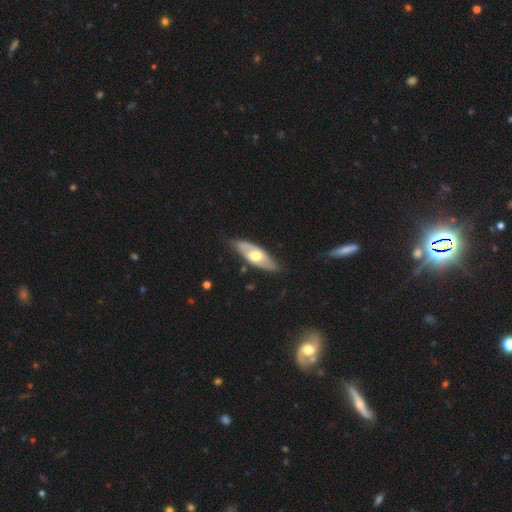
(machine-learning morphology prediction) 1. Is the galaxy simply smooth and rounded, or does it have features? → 55% featured or disk, 40% smooth, 5% star or artifact.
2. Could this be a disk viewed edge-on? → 68% no, 32% yes.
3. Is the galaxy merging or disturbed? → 76% none, 18% minor disturbance, 4% major disturbance, 2% merger.